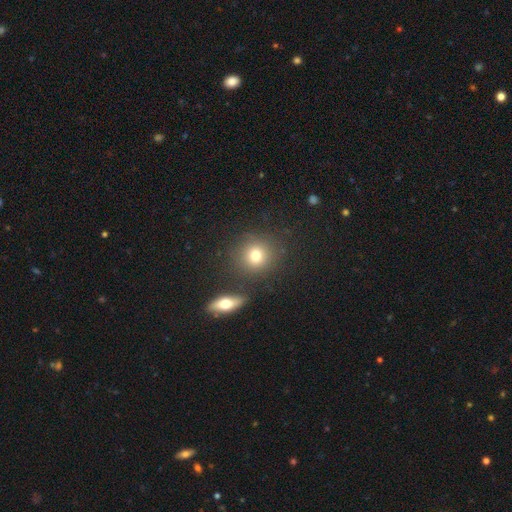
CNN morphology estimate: This is likely a smooth galaxy (78%). How rounded: clearly round (86%). Merging: likely none (78%).